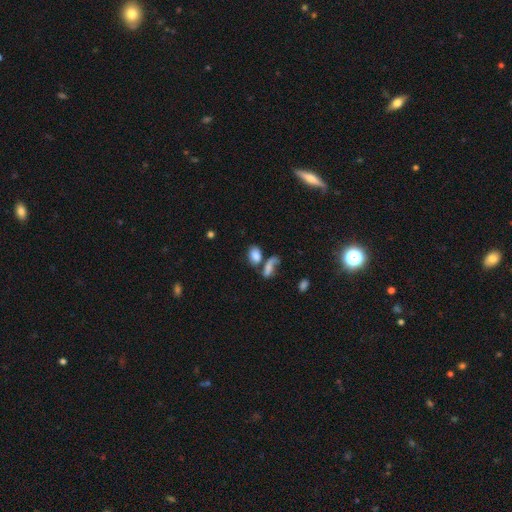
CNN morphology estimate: This is likely a smooth galaxy (79%). How rounded: clearly in between (85%). Merging: marginally merger (40%).